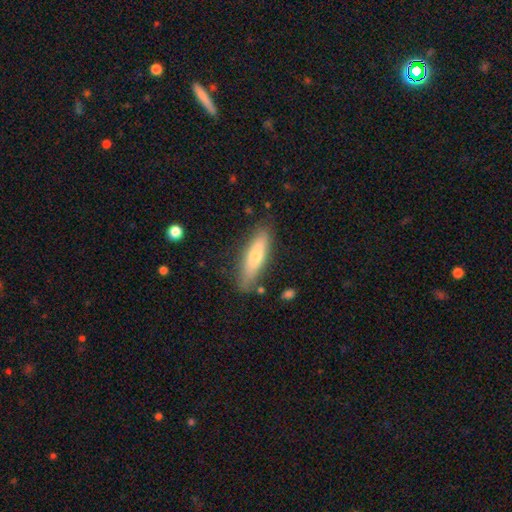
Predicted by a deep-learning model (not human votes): A smooth galaxy with no disk features (64%) that is cigar-shaped (71%). Merging: none (82%).